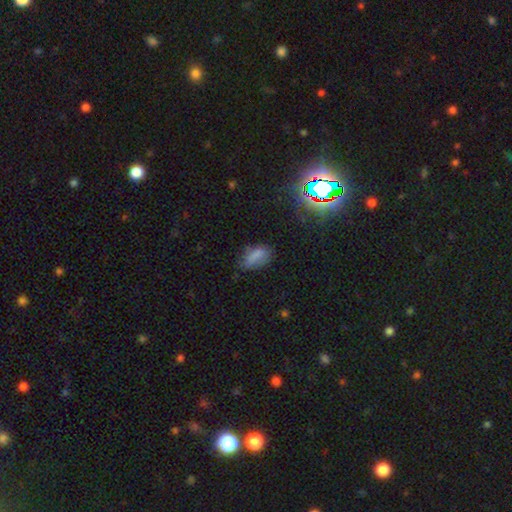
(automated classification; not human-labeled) A smooth galaxy with no disk features (72%) that is in between round and cigar-shaped (89%).

Vote fractions:
- Smooth or featured? smooth: 72% / featured or disk: 15% / star or artifact: 13%
- How rounded? in between: 89% / cigar-shaped: 6% / round: 5%
- Merging? none: 53% / minor disturbance: 32% / major disturbance: 12% / merger: 3%